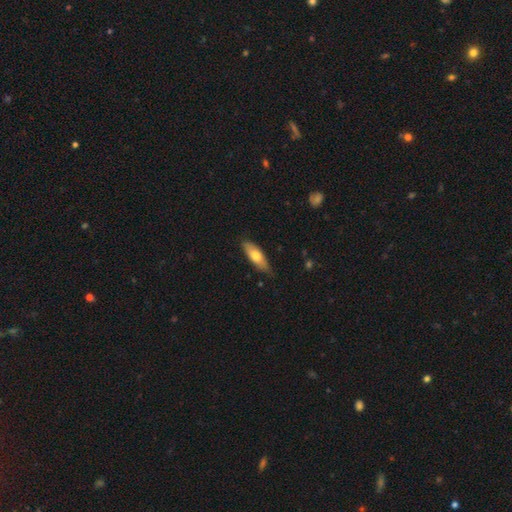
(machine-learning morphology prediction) The model was most divided on "how rounded": in between: 60%, cigar-shaped: 37%, round: 2%. More confident: merging — none (76%); smooth or featured — smooth (65%).